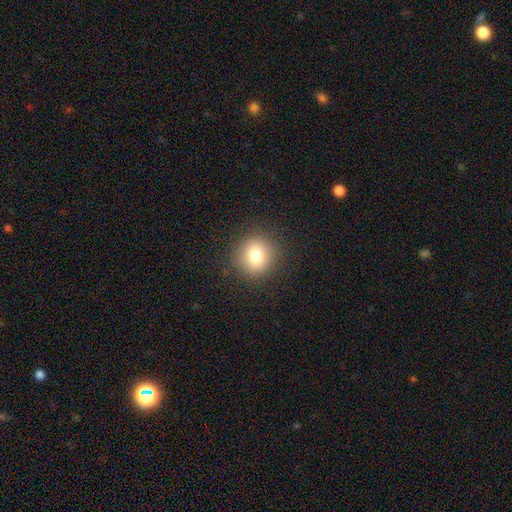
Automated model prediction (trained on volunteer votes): Smooth or featured: smooth — 79% (star or artifact — 12%)
How rounded: round — 89% (in between — 10%)
Merging: none — 89% (minor disturbance — 7%)